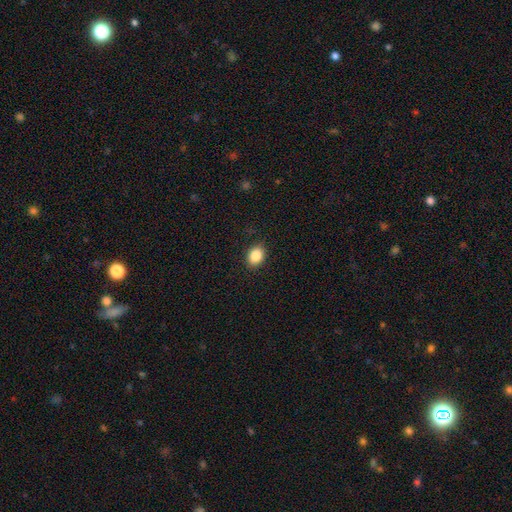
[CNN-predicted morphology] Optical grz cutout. It shows a smooth galaxy with no disk features (87%) that is in between round and cigar-shaped (63%). Merging: none (89%).